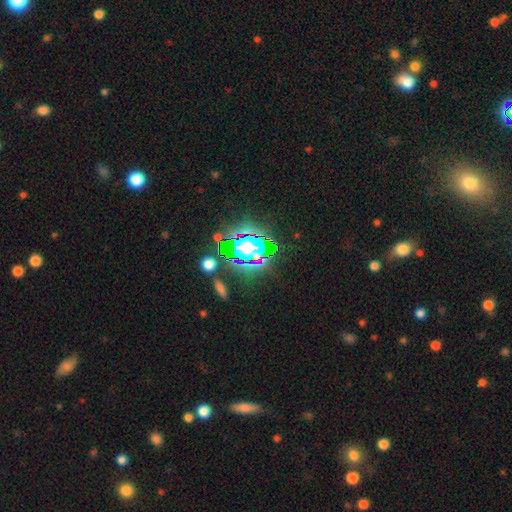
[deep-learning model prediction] A star or artifact, not a galaxy (55%).

Vote fractions:
- Smooth or featured? star or artifact: 55% / smooth: 25% / featured or disk: 20%